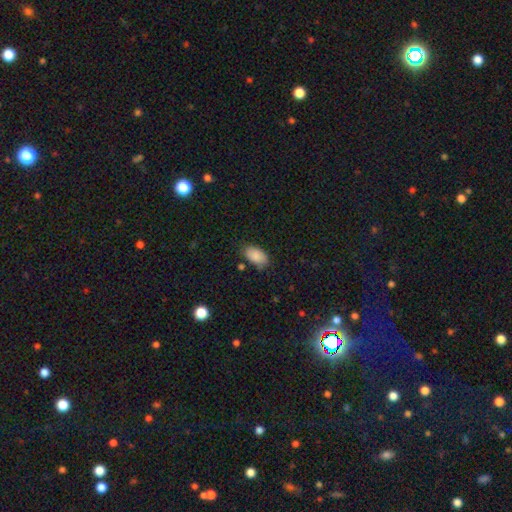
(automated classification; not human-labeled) Q: Smooth or featured?
A: smooth (87%); runner-up: star or artifact (7%)
Q: How rounded?
A: in between (93%); runner-up: round (5%)
Q: Merging?
A: none (75%); runner-up: minor disturbance (19%)